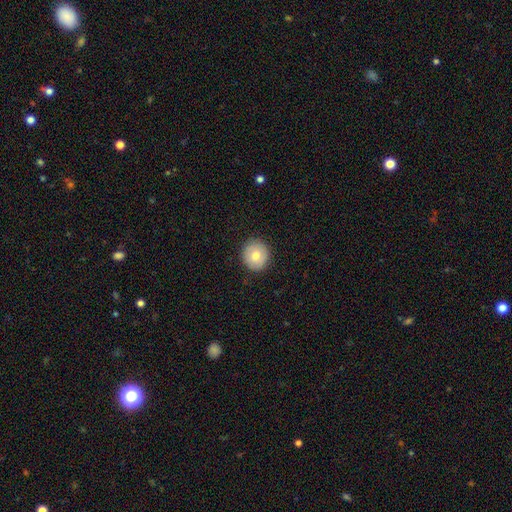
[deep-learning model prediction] Smooth or featured? smooth (75%)
How rounded? round (90%)
Merging? none (90%)